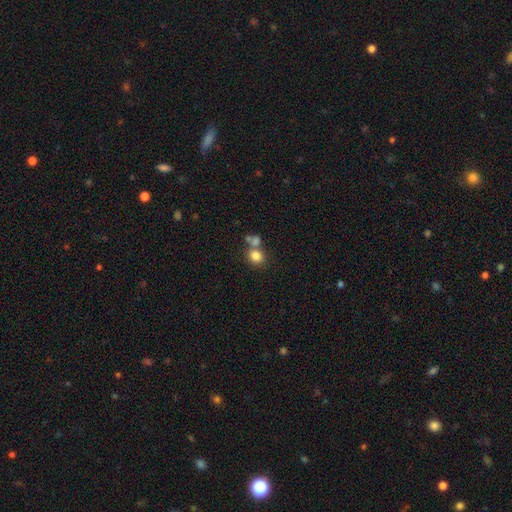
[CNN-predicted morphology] Smooth or featured?
  - smooth: 81% *
  - star or artifact: 11%
  - featured or disk: 8%
How rounded?
  - round: 75% *
  - in between: 24%
  - cigar-shaped: 1%
Merging?
  - none: 53% *
  - merger: 34%
  - minor disturbance: 9%
  - major disturbance: 4%